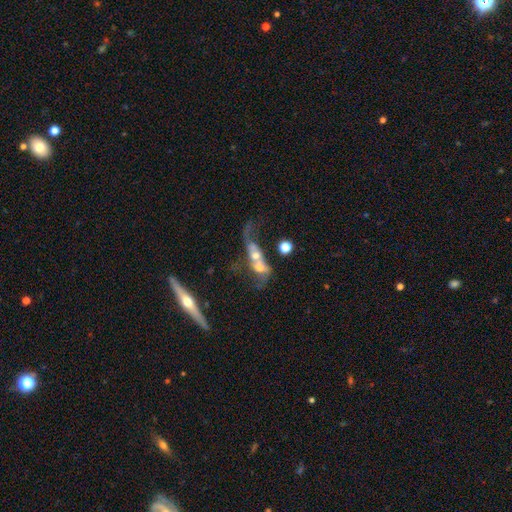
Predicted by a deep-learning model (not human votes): Q: Smooth or featured?
A: featured or disk (50%); runner-up: smooth (38%)
Q: Merging?
A: merger (73%); runner-up: major disturbance (14%)